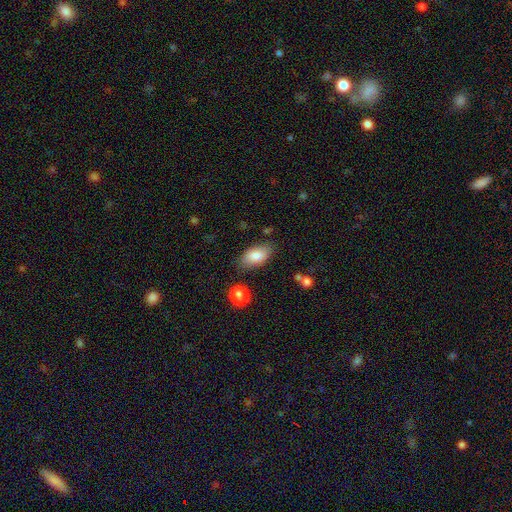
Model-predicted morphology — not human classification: smooth-or-featured: smooth: 83% | featured or disk: 10% | star or artifact: 7%
  how-rounded: in between: 92% | cigar-shaped: 4% | round: 4%
  merging: none: 78% | minor disturbance: 15% | merger: 4% | major disturbance: 4%